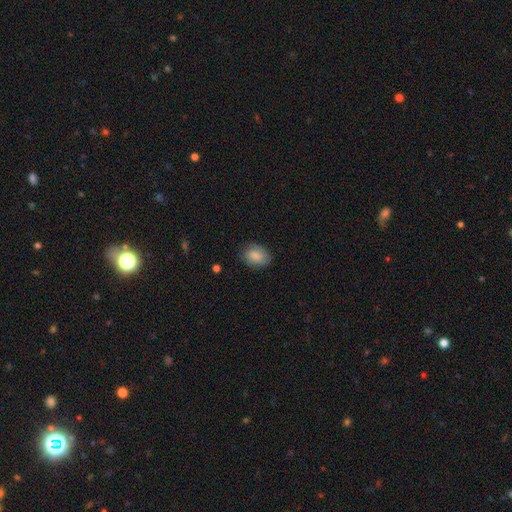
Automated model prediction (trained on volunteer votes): Smooth or featured: smooth — 83% (featured or disk — 10%)
How rounded: in between — 76% (round — 22%)
Merging: none — 78% (minor disturbance — 17%)